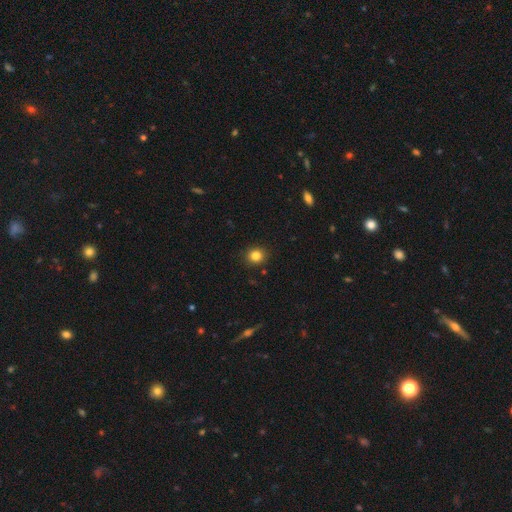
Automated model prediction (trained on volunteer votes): A smooth galaxy with no disk features (83%) that is round (83%). Merging: none (90%).